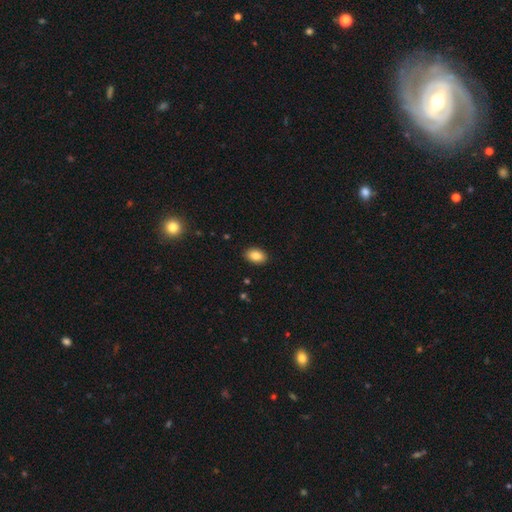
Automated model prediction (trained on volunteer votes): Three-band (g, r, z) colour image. It shows a smooth galaxy with no disk features (86%) that is in between round and cigar-shaped (89%). Merging: none (90%).